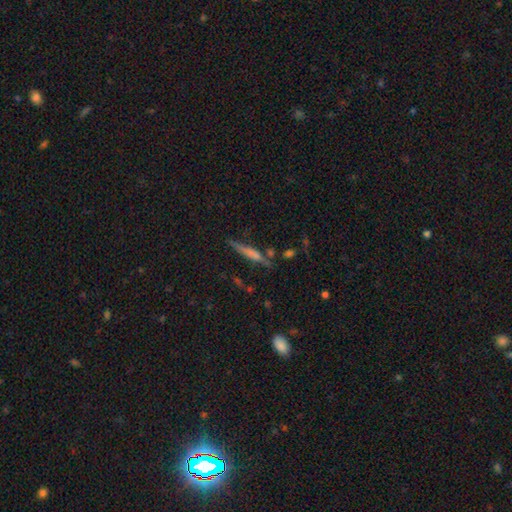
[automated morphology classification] A featured or disk galaxy (48%).

Vote fractions:
- Smooth or featured? featured or disk: 48% / smooth: 42% / star or artifact: 10%
- Merging? none: 75% / minor disturbance: 15% / merger: 6% / major disturbance: 4%